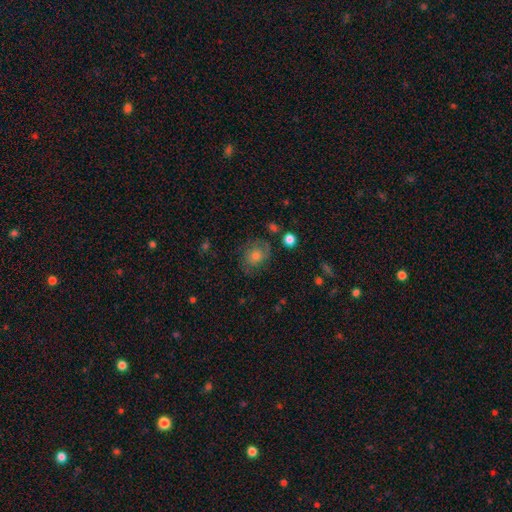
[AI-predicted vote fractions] Smooth or featured? Predicted: smooth (p=0.44). Merging? Predicted: none (p=0.70).